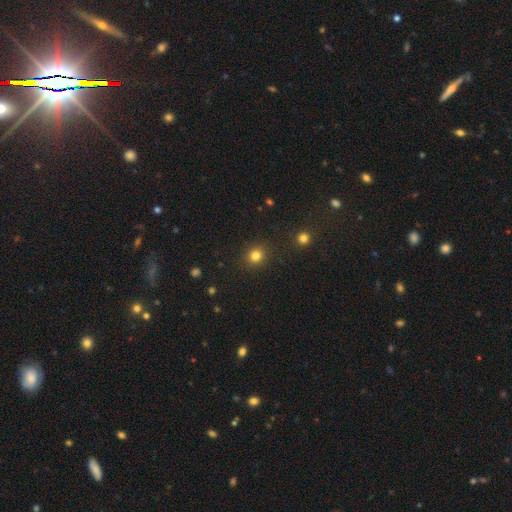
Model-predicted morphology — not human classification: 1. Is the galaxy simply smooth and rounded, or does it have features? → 81% smooth, 14% star or artifact, 5% featured or disk.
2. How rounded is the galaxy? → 83% round, 16% in between, 1% cigar-shaped.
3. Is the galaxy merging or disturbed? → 90% none, 6% minor disturbance, 2% major disturbance, 2% merger.